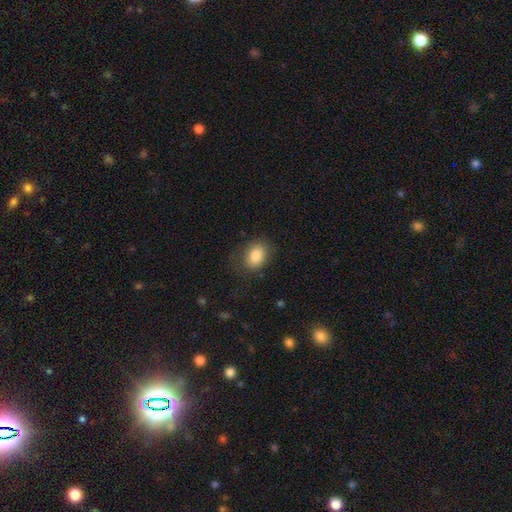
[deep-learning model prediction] smooth-or-featured: smooth: 85% | star or artifact: 8% | featured or disk: 7%
  how-rounded: in between: 70% | round: 29% | cigar-shaped: 1%
  merging: none: 75% | minor disturbance: 17% | major disturbance: 7% | merger: 1%